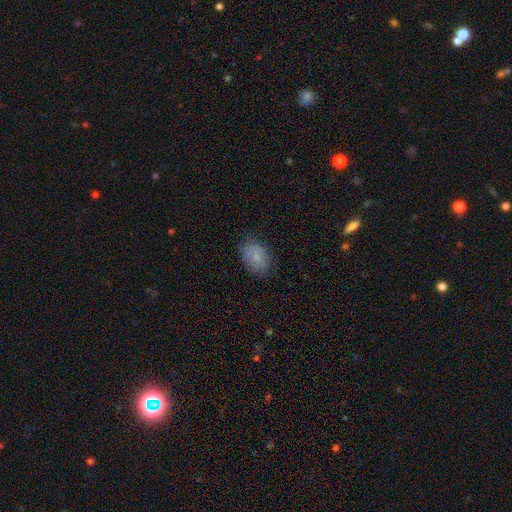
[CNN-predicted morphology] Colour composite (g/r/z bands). It shows a smooth galaxy with no disk features (76%) that is in between round and cigar-shaped (82%). Merging: none (76%).